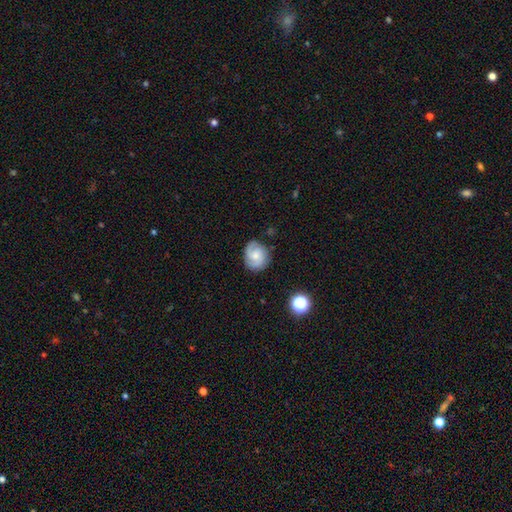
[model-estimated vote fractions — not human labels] featured or disk 67%, smooth 26%, star or artifact 7%. Down the decision tree: edge-on disk — no (98%); bar — no (63%); spiral arms — yes (94%); spiral arm count — 2 (61%); spiral winding — tight (47%); bulge size — moderate (45%); merging — none (78%).